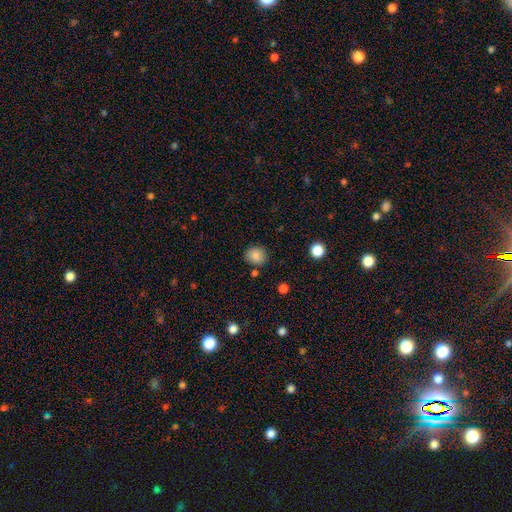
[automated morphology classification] Smooth or featured: smooth — 86% (star or artifact — 9%)
How rounded: round — 73% (in between — 26%)
Merging: none — 82% (minor disturbance — 12%)